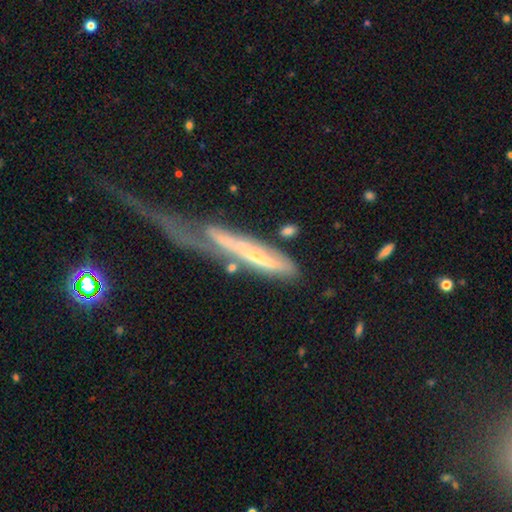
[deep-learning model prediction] The model was most divided on "edge-on disk": yes: 60%, no: 40%. Remaining: smooth or featured — featured or disk (62%); merging — major disturbance (50%).